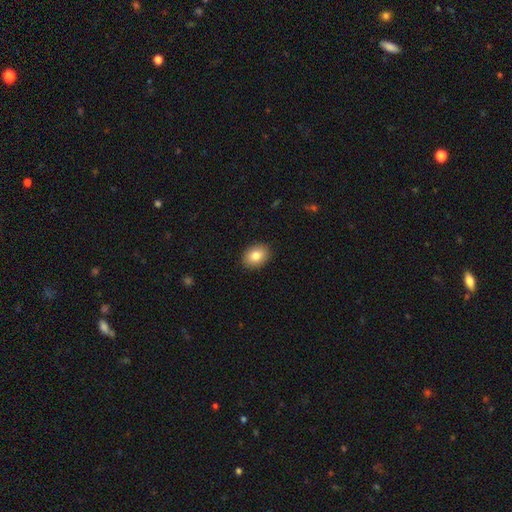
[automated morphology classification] The model was most divided on "how rounded": in between: 65%, round: 34%, cigar-shaped: 1%. More confident: merging — none (91%); smooth or featured — smooth (83%).